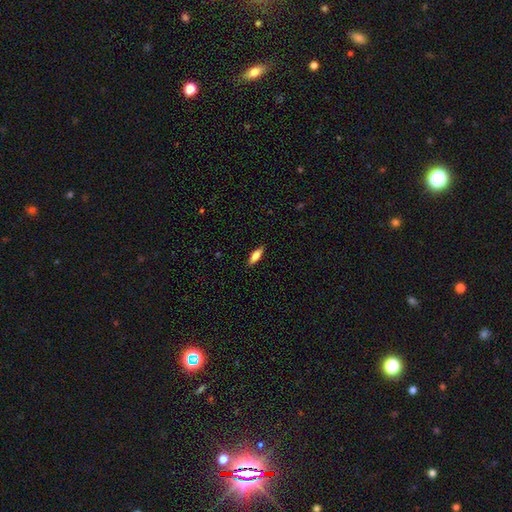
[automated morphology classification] Smooth or featured? smooth (69%)
How rounded? in between (60%)
Merging? none (88%)